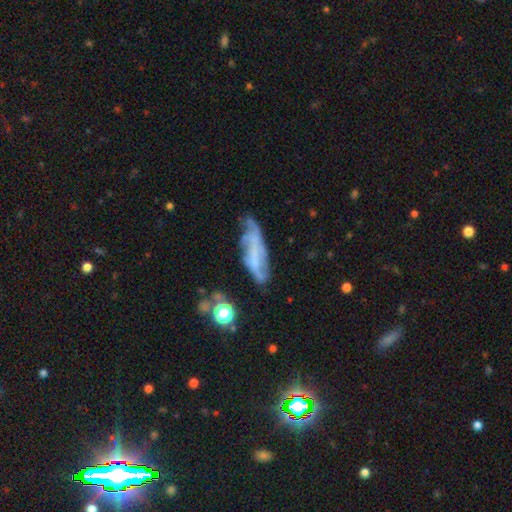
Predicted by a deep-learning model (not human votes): Q: Smooth or featured?
A: featured or disk (58%); runner-up: smooth (26%)
Q: Edge-on disk?
A: no (72%); runner-up: yes (28%)
Q: Merging?
A: none (59%); runner-up: minor disturbance (24%)